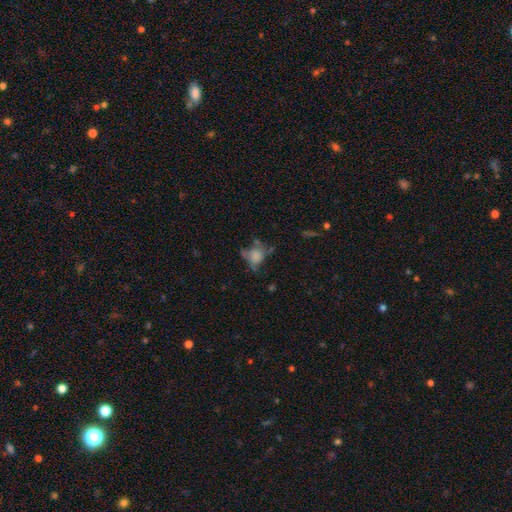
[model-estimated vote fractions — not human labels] A smooth galaxy with no disk features (61%) that is round (51%). Merging: none (36%).